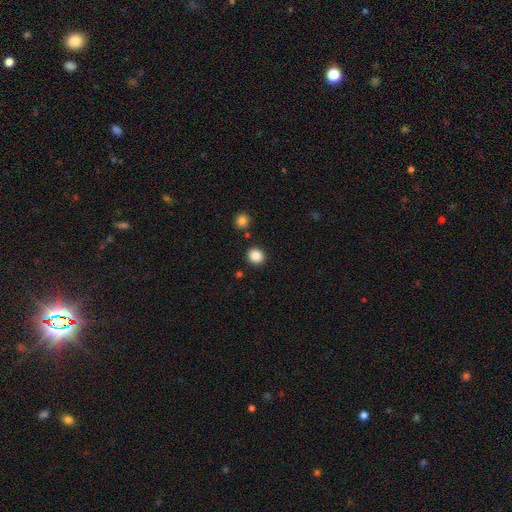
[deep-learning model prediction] The model was most divided on "how rounded": round: 84%, in between: 15%, cigar-shaped: 1%. More confident: merging — none (88%); smooth or featured — smooth (87%).